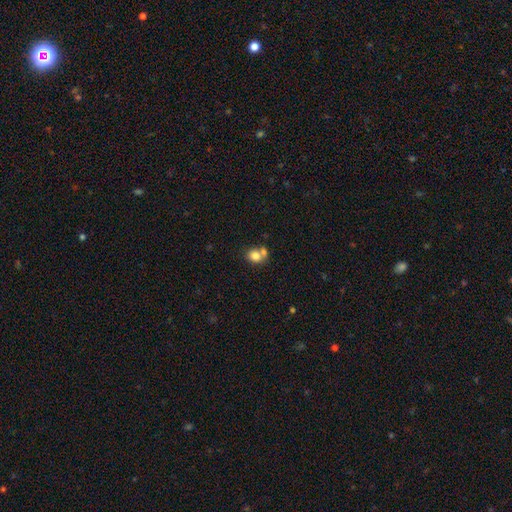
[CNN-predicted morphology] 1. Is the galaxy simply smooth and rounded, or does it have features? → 80% smooth, 10% featured or disk, 10% star or artifact.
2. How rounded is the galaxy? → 56% round, 43% in between, 1% cigar-shaped.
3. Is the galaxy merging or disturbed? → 43% none, 42% merger, 10% minor disturbance, 4% major disturbance.